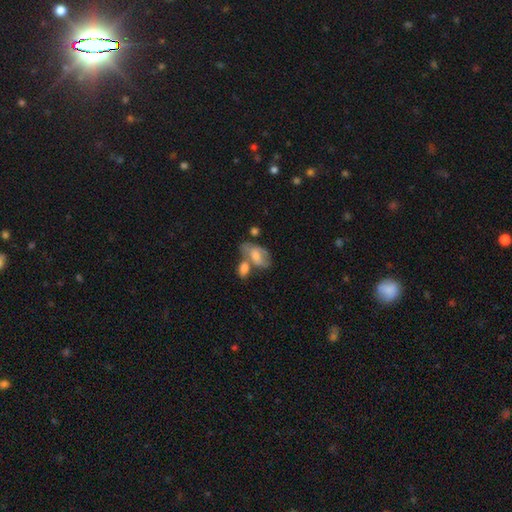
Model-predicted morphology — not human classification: Smooth or featured?
  - smooth: 50% *
  - featured or disk: 42%
  - star or artifact: 9%
Merging?
  - merger: 42% *
  - none: 32%
  - minor disturbance: 17%
  - major disturbance: 10%